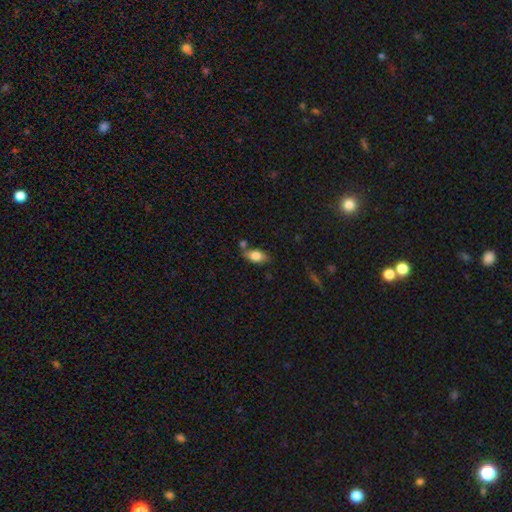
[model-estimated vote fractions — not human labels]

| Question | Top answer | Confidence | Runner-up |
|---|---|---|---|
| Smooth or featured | smooth | 79% | featured or disk (14%) |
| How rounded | in between | 87% | round (7%) |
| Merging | none | 61% | minor disturbance (19%) |